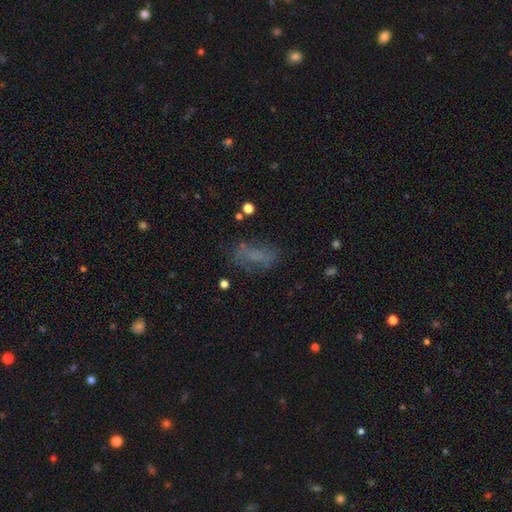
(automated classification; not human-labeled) This appears to be a smooth galaxy with no disk features (53%) that is in between round and cigar-shaped (79%). Merging: none (54%).